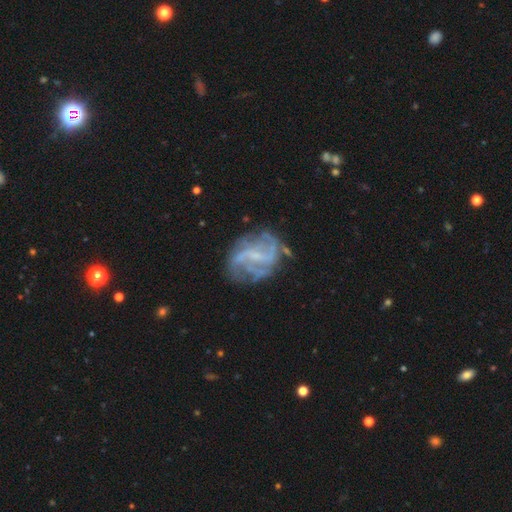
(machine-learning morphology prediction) A featured or disk galaxy (84%) with a weak bar (51%), 2 (43%) medium (42%) spiral arms (89%) and a small central bulge (53%).

Vote fractions:
- Smooth or featured? featured or disk: 84% / smooth: 9% / star or artifact: 8%
- Edge-on disk? no: 98% / yes: 2%
- Bar? weak: 51% / strong: 26% / no: 23%
- Spiral arms? yes: 89% / no: 11%
- Spiral winding? medium: 42% / loose: 39% / tight: 19%
- Spiral arm count? 2: 43% / can't tell: 22% / 3: 18% / 4: 7% / 1: 5% / more than 4: 5%
- Bulge size? small: 53% / none: 30% / moderate: 15% / large: 1% / dominant: 1%
- Merging? none: 65% / minor disturbance: 18% / major disturbance: 14% / merger: 3%